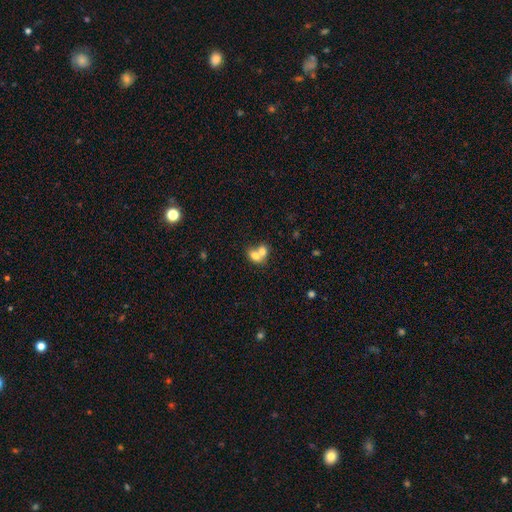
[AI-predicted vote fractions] The model was most divided on "how rounded": in between: 60%, round: 39%, cigar-shaped: 1%. More confident: smooth or featured — smooth (71%); merging — merger (71%).